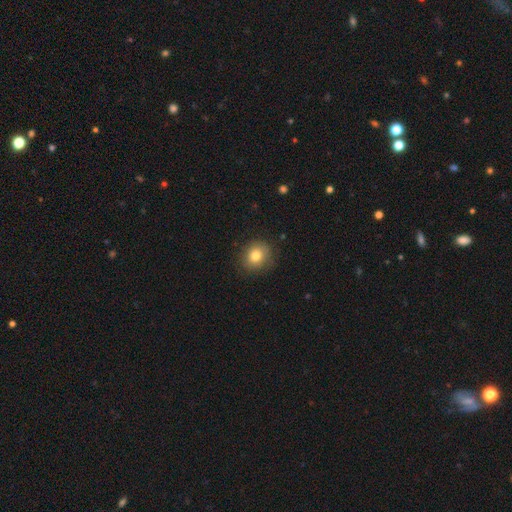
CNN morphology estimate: smooth-or-featured: smooth: 81% | star or artifact: 10% | featured or disk: 9%
  how-rounded: round: 81% | in between: 18% | cigar-shaped: 1%
  merging: none: 84% | minor disturbance: 11% | major disturbance: 3% | merger: 1%